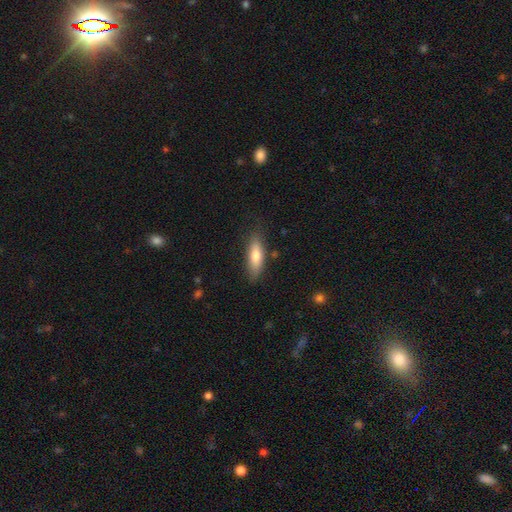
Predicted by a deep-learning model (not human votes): This is likely a smooth galaxy (74%). How rounded: possibly in between (58%). Merging: likely none (80%).